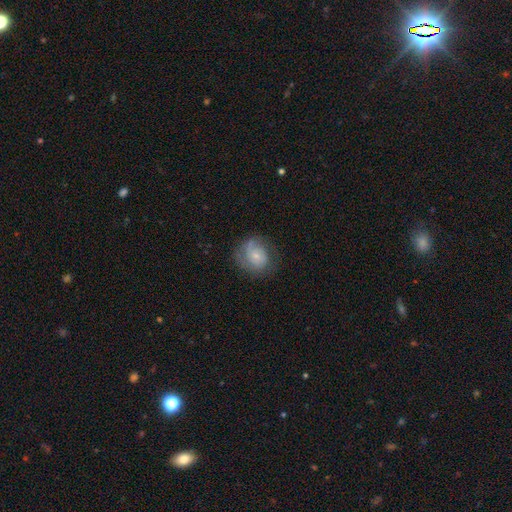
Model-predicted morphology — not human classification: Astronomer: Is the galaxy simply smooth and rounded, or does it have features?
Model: smooth — 52% (runner-up: featured or disk, 40%).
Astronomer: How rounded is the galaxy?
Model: round — 66%.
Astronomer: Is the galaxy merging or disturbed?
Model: none — 63%.